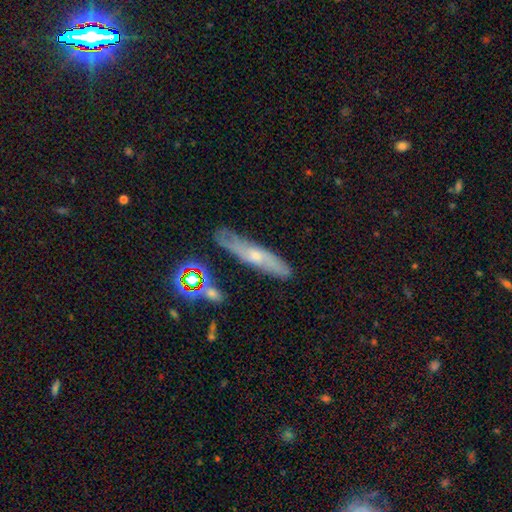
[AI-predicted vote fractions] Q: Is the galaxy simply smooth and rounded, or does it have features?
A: featured or disk — 50%.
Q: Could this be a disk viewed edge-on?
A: yes — 61%.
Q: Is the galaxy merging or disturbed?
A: none — 74%.